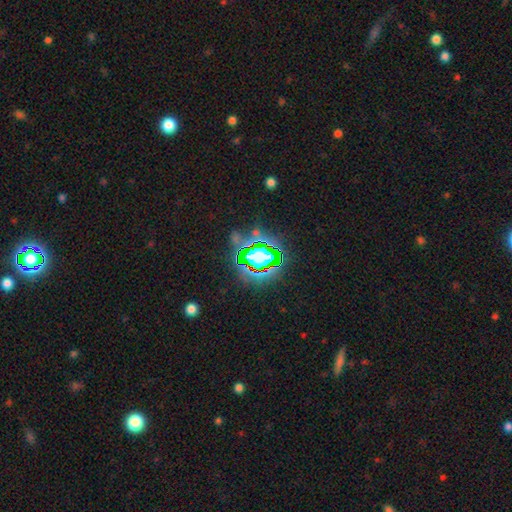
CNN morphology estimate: This appears to be a star or artifact, not a galaxy (67%).